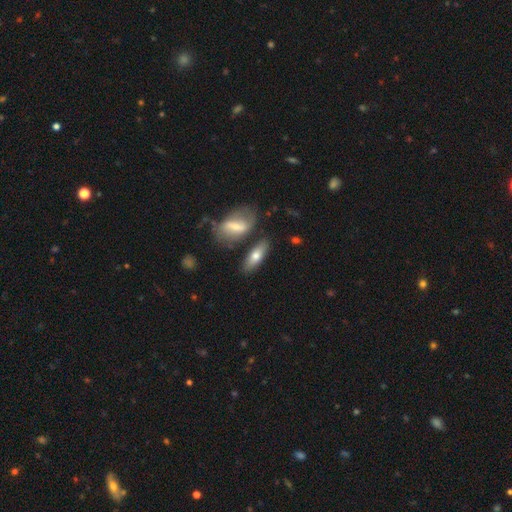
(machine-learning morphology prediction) This is likely a smooth galaxy (65%). How rounded: likely in between (63%). Merging: likely none (74%).